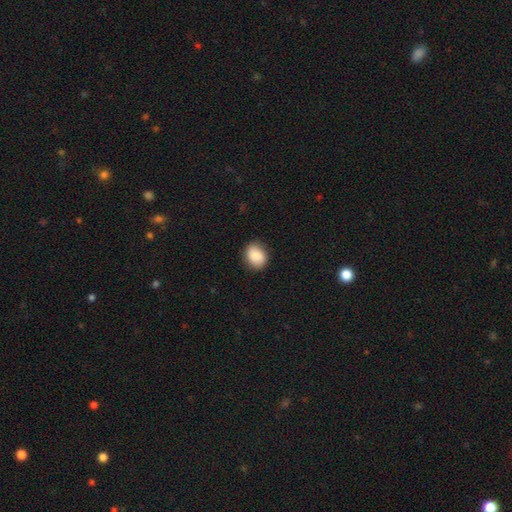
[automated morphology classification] Overall: smooth (83%). How rounded: in between (50%; round 49%). Merging: none (83%).